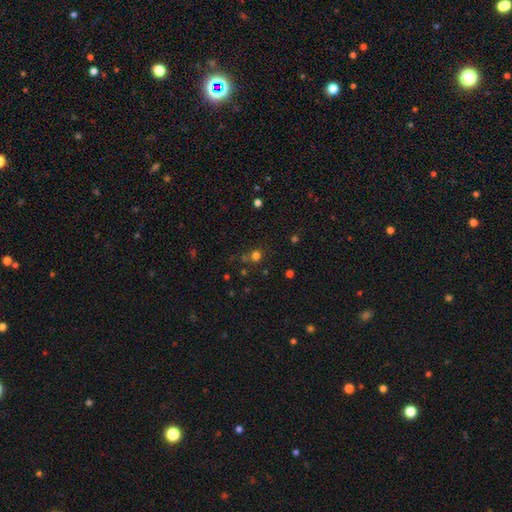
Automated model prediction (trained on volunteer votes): Smooth or featured?
  - smooth: 69% *
  - star or artifact: 24%
  - featured or disk: 7%
How rounded?
  - round: 87% *
  - in between: 12%
  - cigar-shaped: 1%
Merging?
  - none: 68% *
  - merger: 16%
  - minor disturbance: 11%
  - major disturbance: 5%